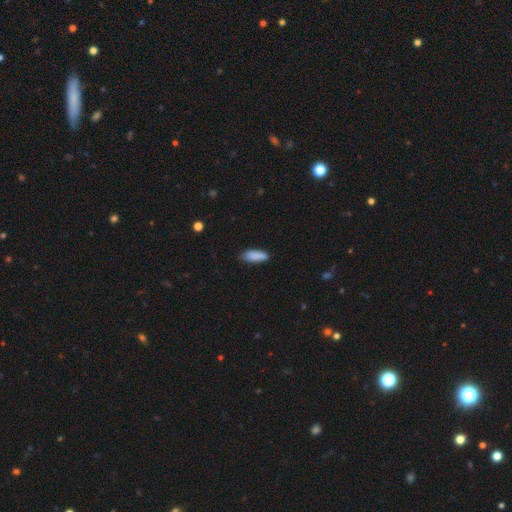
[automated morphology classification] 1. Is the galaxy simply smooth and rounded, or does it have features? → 89% smooth, 7% star or artifact, 5% featured or disk.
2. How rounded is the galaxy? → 68% in between, 30% cigar-shaped, 2% round.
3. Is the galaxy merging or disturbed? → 79% none, 17% minor disturbance, 3% major disturbance, 1% merger.